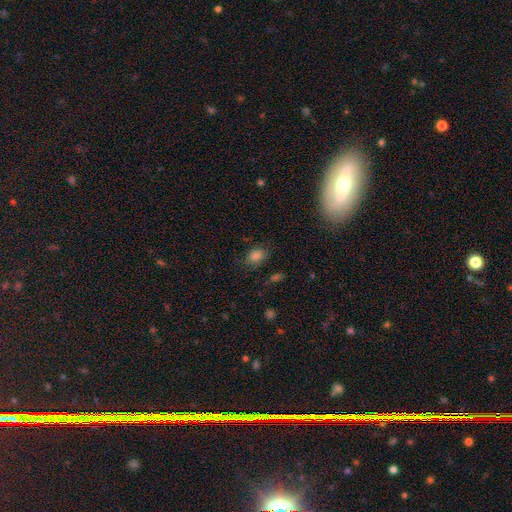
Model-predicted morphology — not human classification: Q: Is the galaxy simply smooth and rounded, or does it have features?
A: smooth — 80%.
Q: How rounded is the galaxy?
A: in between — 69%.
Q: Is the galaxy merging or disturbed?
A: none — 75%.